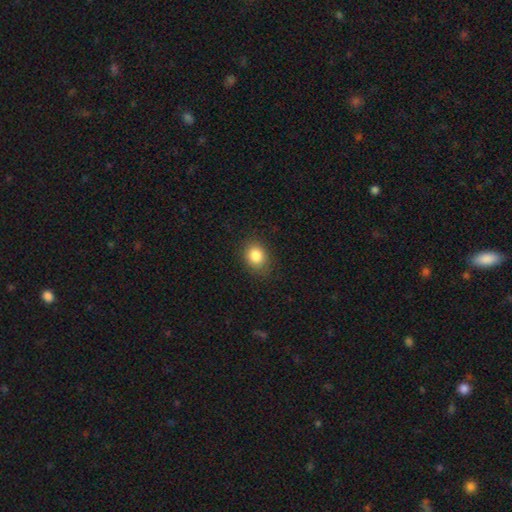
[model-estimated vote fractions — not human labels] Q: Smooth or featured?
A: smooth (85%); runner-up: star or artifact (9%)
Q: How rounded?
A: round (50%); runner-up: in between (49%)
Q: Merging?
A: none (84%); runner-up: minor disturbance (12%)